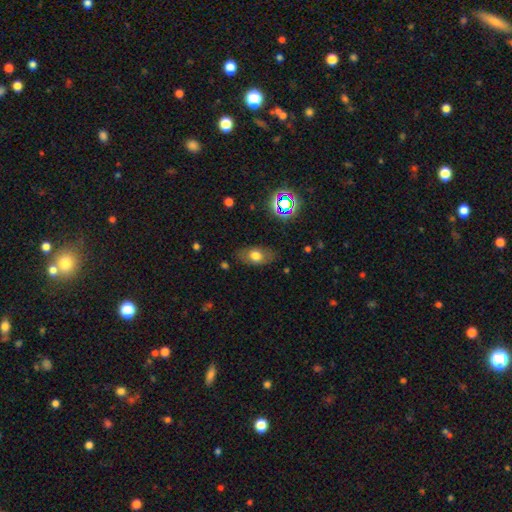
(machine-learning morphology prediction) Smooth or featured: smooth — 67% (featured or disk — 21%)
How rounded: in between — 84% (round — 13%)
Merging: none — 79% (minor disturbance — 15%)